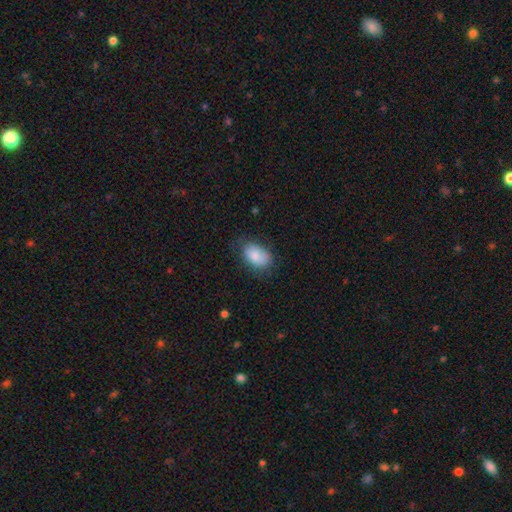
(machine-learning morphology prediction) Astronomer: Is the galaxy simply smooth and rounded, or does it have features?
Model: smooth — 84%.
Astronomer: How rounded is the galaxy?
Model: in between — 89%.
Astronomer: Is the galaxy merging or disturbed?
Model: none — 65%.